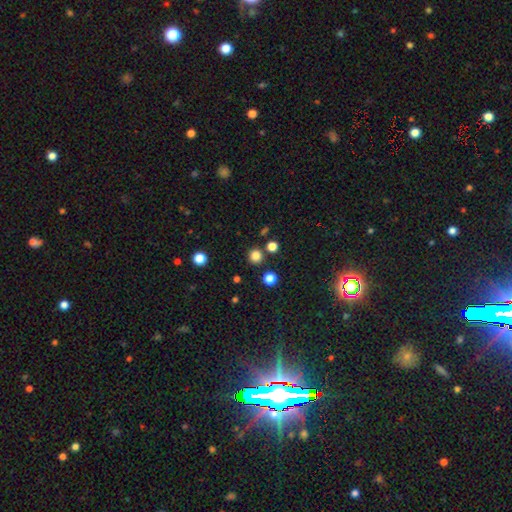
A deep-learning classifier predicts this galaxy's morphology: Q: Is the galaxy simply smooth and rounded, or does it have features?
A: smooth — 81%.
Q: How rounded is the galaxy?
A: round — 94%.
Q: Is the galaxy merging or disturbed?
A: none — 86%.